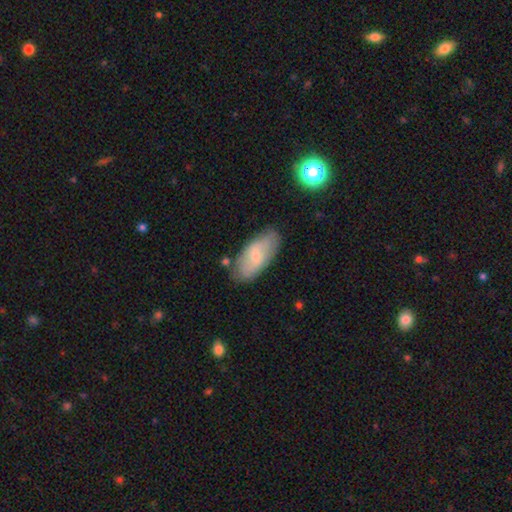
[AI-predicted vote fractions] Smooth or featured? Predicted: smooth (p=0.55). How rounded? Predicted: in between (p=0.89). Merging? Predicted: none (p=0.75).